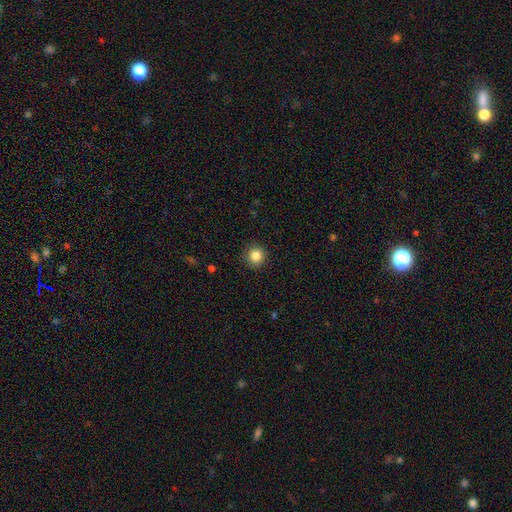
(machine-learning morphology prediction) A smooth galaxy with no disk features (84%) that is round (94%). Merging: none (91%).